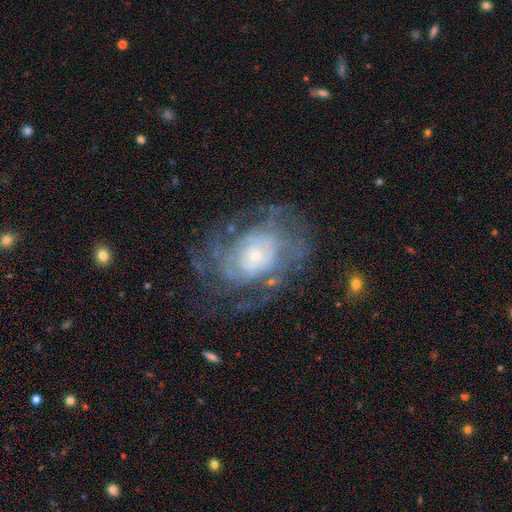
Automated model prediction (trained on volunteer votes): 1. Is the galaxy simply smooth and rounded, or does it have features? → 81% featured or disk, 12% smooth, 7% star or artifact.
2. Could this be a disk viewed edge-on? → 96% no, 4% yes.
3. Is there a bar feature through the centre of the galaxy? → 79% no, 17% weak, 4% strong.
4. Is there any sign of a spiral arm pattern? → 83% yes, 17% no.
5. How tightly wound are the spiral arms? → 64% tight, 26% medium, 10% loose.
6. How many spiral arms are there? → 51% can't tell, 17% 2, 11% 3, 9% 4, 7% more than 4, 6% 1.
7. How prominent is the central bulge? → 65% small, 25% moderate, 6% large, 2% none, 2% dominant.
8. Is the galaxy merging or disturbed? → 64% none, 18% minor disturbance, 17% major disturbance, 2% merger.